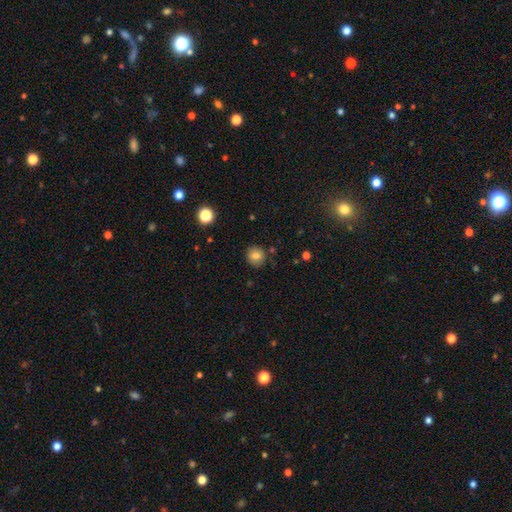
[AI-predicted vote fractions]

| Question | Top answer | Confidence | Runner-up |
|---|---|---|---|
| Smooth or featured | smooth | 79% | star or artifact (10%) |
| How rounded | round | 87% | in between (12%) |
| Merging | none | 87% | minor disturbance (9%) |